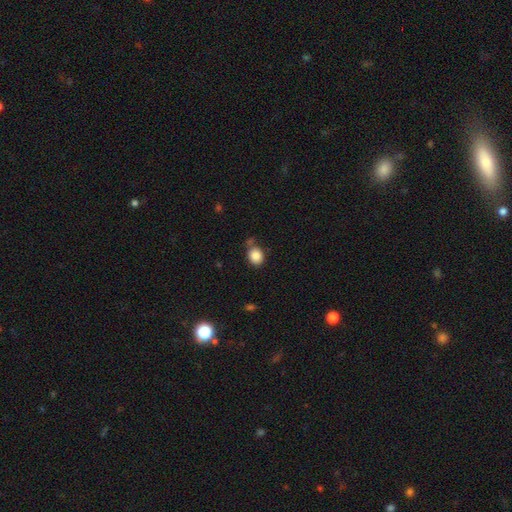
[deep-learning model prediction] smooth-or-featured: smooth: 87% | star or artifact: 9% | featured or disk: 4%
  how-rounded: round: 58% | in between: 41% | cigar-shaped: 1%
  merging: none: 69% | minor disturbance: 16% | merger: 10% | major disturbance: 5%